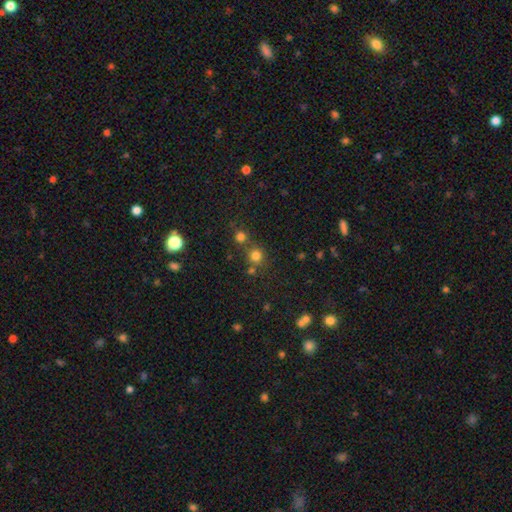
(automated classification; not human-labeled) Overall: smooth (74%). How rounded: round (91%). Merging: none (67%).